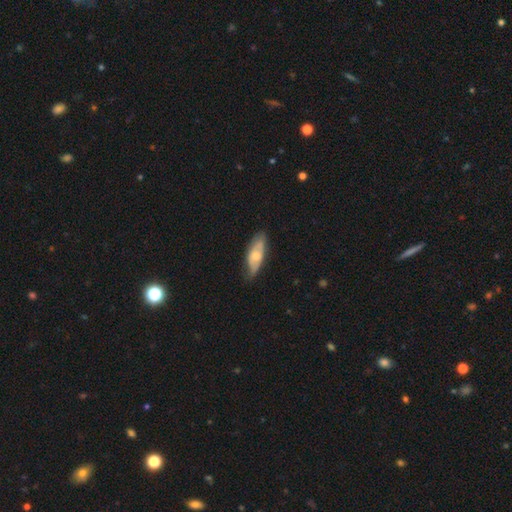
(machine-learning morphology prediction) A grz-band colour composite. It shows a smooth galaxy with no disk features (52%) that is in between round and cigar-shaped (71%). Merging: none (70%).